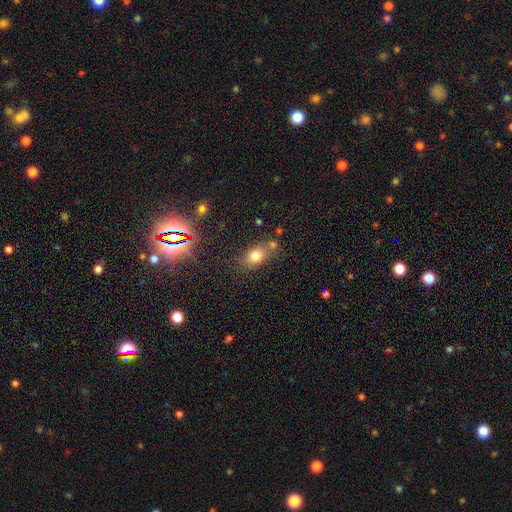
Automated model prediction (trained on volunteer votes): Q: Smooth or featured?
A: smooth (73%); runner-up: star or artifact (15%)
Q: How rounded?
A: in between (68%); runner-up: round (28%)
Q: Merging?
A: none (65%); runner-up: minor disturbance (16%)